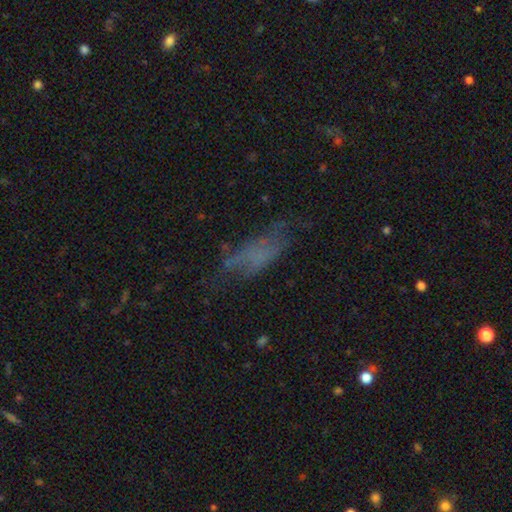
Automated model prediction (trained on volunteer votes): smooth-or-featured: smooth: 46% | featured or disk: 34% | star or artifact: 19%
  merging: none: 46% | major disturbance: 26% | minor disturbance: 25% | merger: 3%